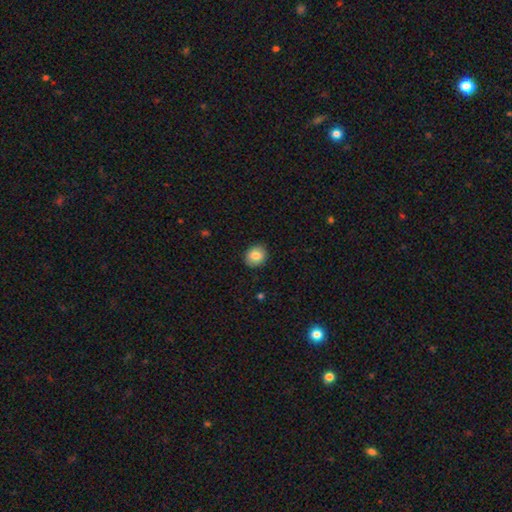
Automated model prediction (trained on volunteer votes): smooth-or-featured: smooth: 82% | featured or disk: 9% | star or artifact: 8%
  how-rounded: round: 66% | in between: 33% | cigar-shaped: 1%
  merging: none: 89% | minor disturbance: 8% | major disturbance: 2% | merger: 1%